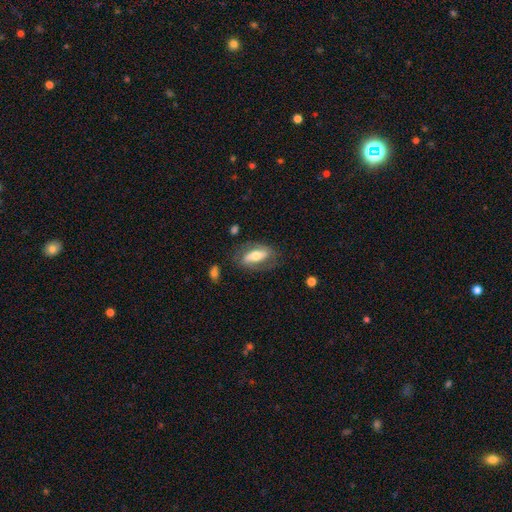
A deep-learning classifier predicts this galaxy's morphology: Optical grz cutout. It shows a featured or disk galaxy (48%). Merging: none (70%).